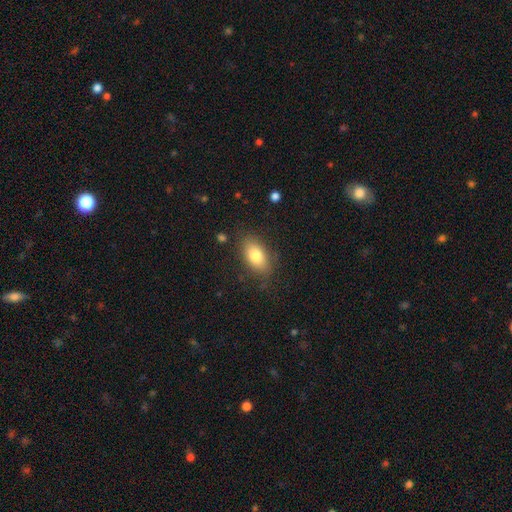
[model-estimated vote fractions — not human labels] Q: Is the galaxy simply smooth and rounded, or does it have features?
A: smooth — 79%.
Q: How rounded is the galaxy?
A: in between — 90%.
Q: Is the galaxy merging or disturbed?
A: none — 80%.